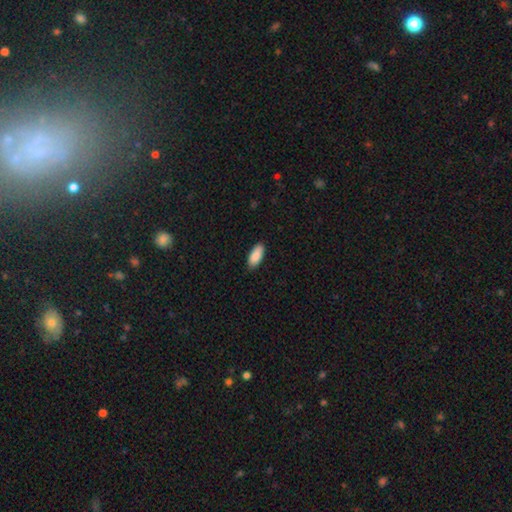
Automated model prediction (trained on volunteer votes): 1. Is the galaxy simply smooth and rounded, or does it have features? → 90% smooth, 6% star or artifact, 4% featured or disk.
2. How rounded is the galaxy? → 88% in between, 11% cigar-shaped, 2% round.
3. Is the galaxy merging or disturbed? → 85% none, 12% minor disturbance, 2% major disturbance, 1% merger.